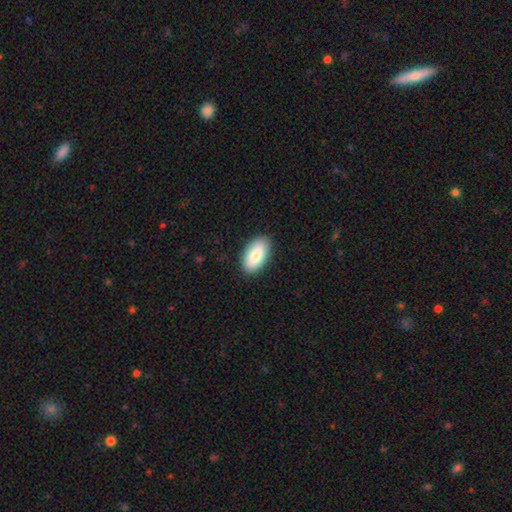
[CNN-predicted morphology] type=smooth (83%); roundness=in between (94%); merging=none (89%).